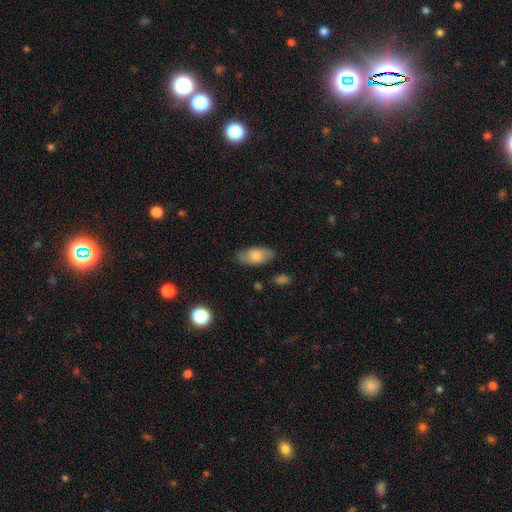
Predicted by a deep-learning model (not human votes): Smooth or featured? smooth (80%)
How rounded? in between (92%)
Merging? none (82%)